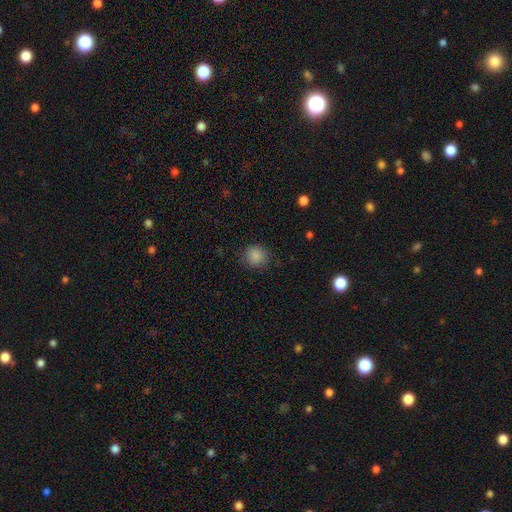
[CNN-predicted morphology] Smooth or featured? Predicted: smooth (p=0.86). How rounded? Predicted: round (p=0.89). Merging? Predicted: none (p=0.84).